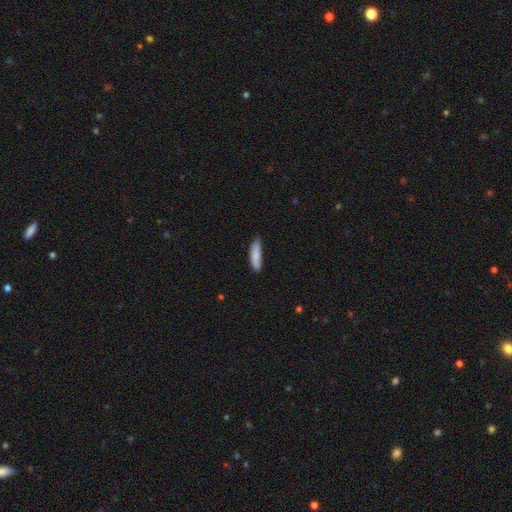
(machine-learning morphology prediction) A smooth galaxy with no disk features (85%) that is cigar-shaped (66%). Merging: none (72%).